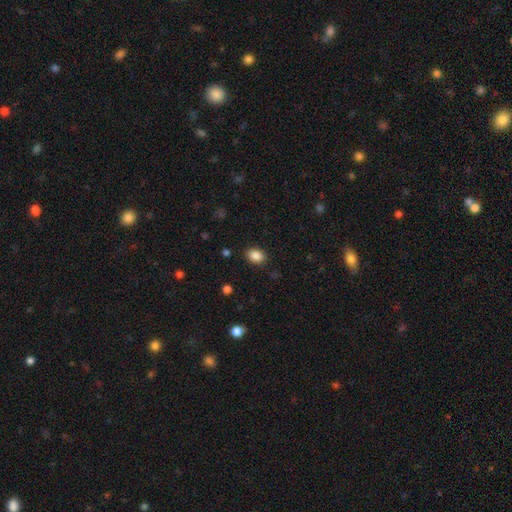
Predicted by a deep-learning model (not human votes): Morphology: type=smooth (87%); roundness=in between (74%); merging=none (86%).